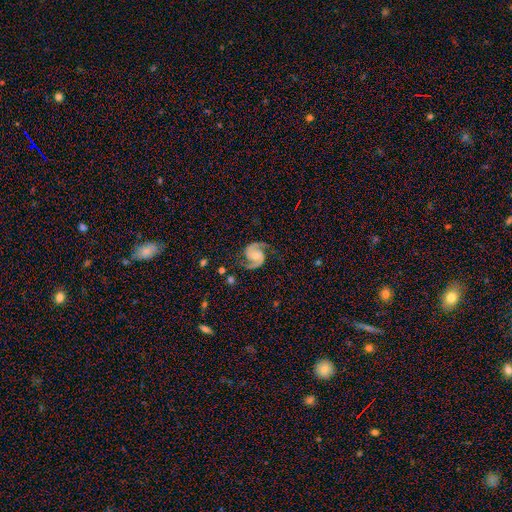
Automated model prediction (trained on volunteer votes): Smooth or featured? featured or disk (93%)
Edge-on disk? no (98%)
Bar? no (56%)
Spiral arms? yes (99%)
Spiral winding? medium (62%)
Spiral arm count? 2 (95%)
Bulge size? small (48%)
Merging? none (82%)